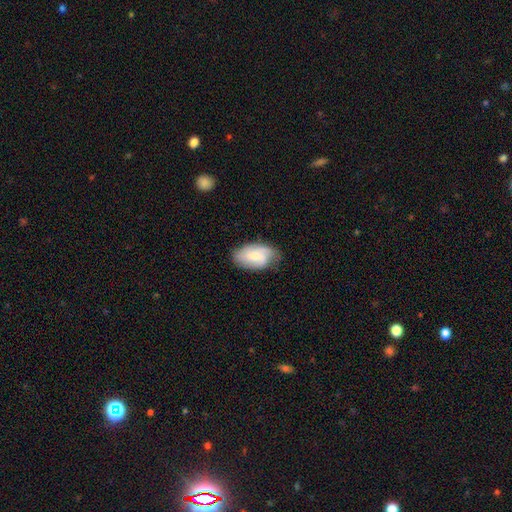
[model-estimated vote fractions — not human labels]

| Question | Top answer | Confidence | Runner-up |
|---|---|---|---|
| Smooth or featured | featured or disk | 52% | smooth (42%) |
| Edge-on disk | no | 95% | yes (5%) |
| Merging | none | 66% | minor disturbance (26%) |